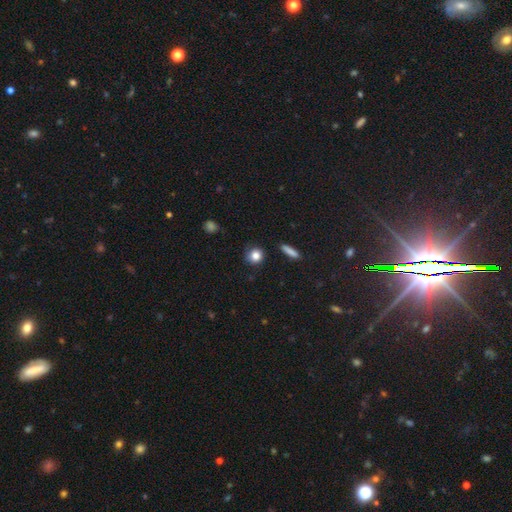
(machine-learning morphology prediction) A smooth galaxy with no disk features (82%) that is round (86%).

Vote fractions:
- Smooth or featured? smooth: 82% / star or artifact: 10% / featured or disk: 8%
- How rounded? round: 86% / in between: 12% / cigar-shaped: 2%
- Merging? none: 79% / minor disturbance: 15% / major disturbance: 4% / merger: 2%